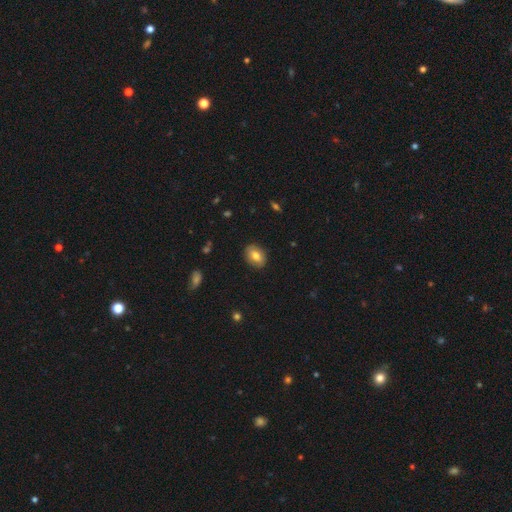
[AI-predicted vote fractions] Smooth or featured? Predicted: smooth (p=0.72). How rounded? Predicted: in between (p=0.73). Merging? Predicted: none (p=0.87).